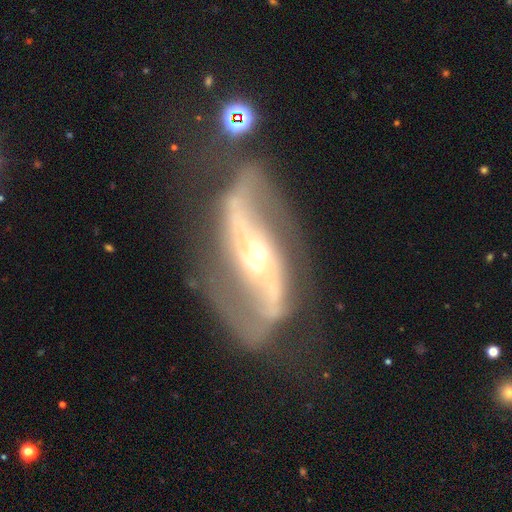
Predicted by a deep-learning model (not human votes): Morphology: type=featured or disk (89%); edge-on=no (94%); bar=strong (44%); spiral arms=yes (94%); winding=loose (50%); arm count=2 (92%); bulge=small (57%); merging=none (62%).